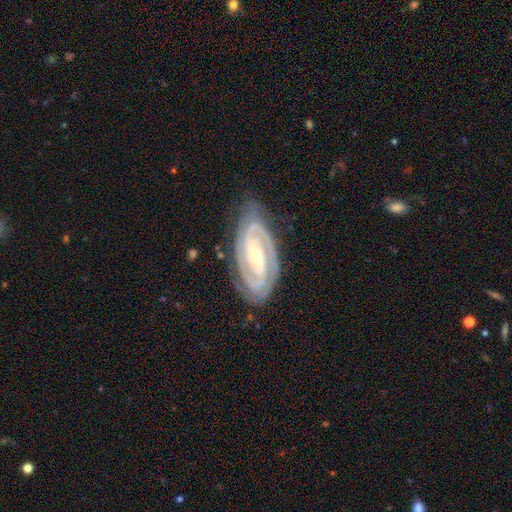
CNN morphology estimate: type=featured or disk (91%); edge-on=no (95%); bar=strong (47%); spiral arms=yes (98%); winding=tight (73%); arm count=2 (60%); bulge=small (58%); merging=none (78%).